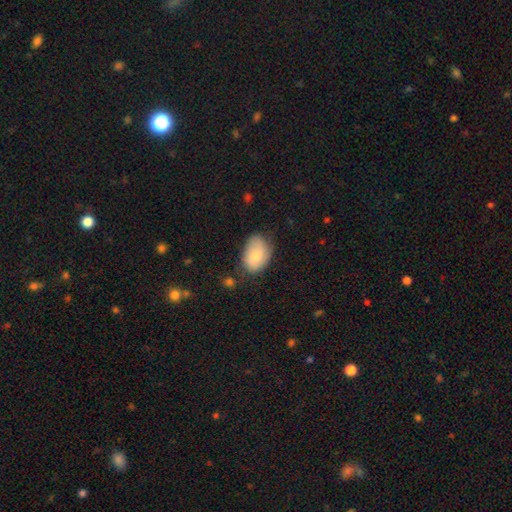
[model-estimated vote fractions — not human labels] smooth 75%, featured or disk 18%, star or artifact 7%. Down the decision tree: how rounded — in between (84%); merging — none (62%).